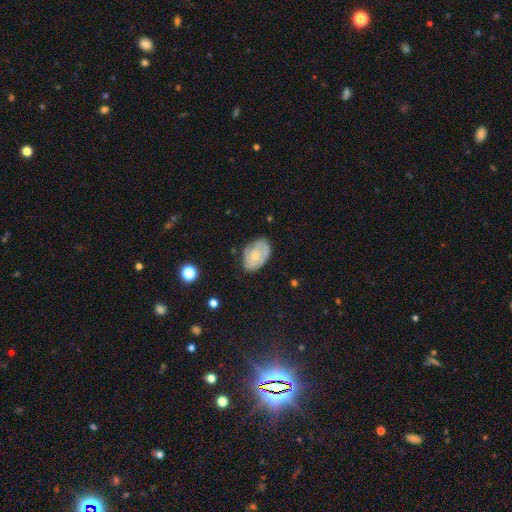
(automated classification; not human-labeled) This is possibly a featured or disk galaxy (52%). It is clearly not viewed edge-on (96%). Merging: likely none (66%).